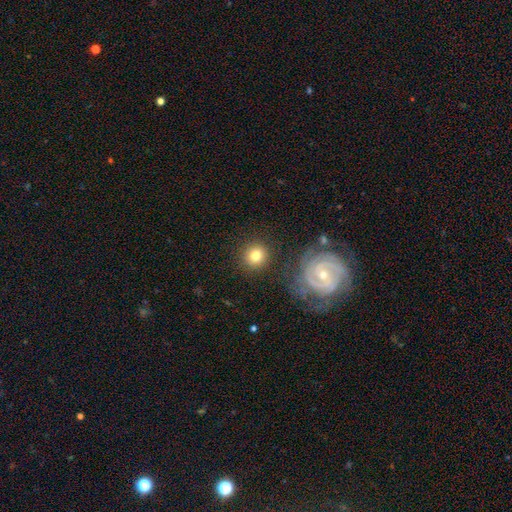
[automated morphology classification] Smooth or featured?
  - smooth: 76% *
  - featured or disk: 15%
  - star or artifact: 9%
How rounded?
  - round: 91% *
  - in between: 8%
  - cigar-shaped: 1%
Merging?
  - none: 86% *
  - minor disturbance: 8%
  - merger: 3%
  - major disturbance: 3%